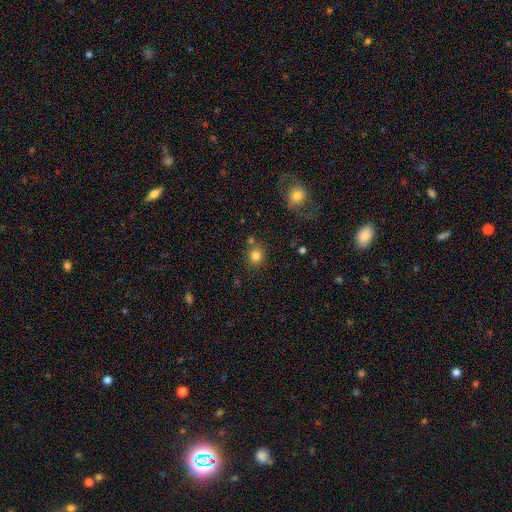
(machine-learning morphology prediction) type=smooth (82%); roundness=round (82%); merging=none (76%).